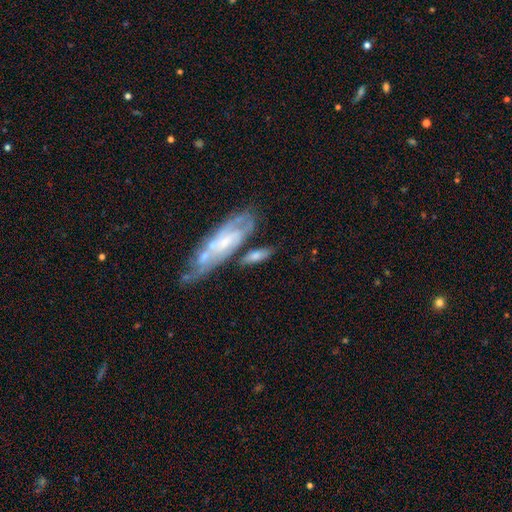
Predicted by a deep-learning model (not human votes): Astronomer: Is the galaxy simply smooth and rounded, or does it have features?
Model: smooth — 54% (runner-up: featured or disk, 40%).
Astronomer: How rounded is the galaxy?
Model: in between — 58% (runner-up: cigar-shaped, 39%).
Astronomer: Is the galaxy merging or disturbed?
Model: none — 53%.